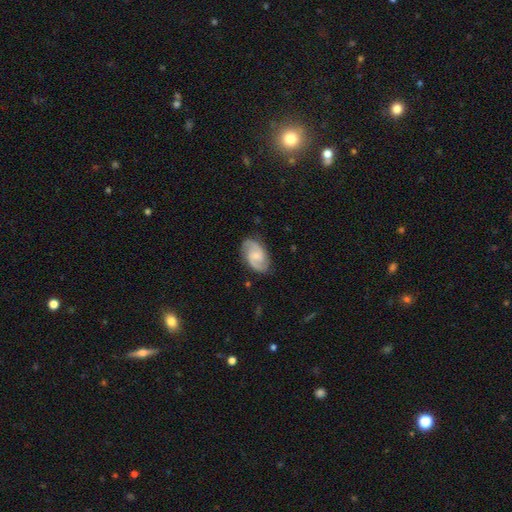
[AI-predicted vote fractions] Overall: featured or disk (80%). Edge-on disk: no (97%). Bar: no (53%; weak 40%). Spiral arms: yes (96%). Spiral arm count: 2 (90%). Spiral winding: medium (52%; tight 29%). Bulge size: small (54%; moderate 31%). Merging: none (82%).